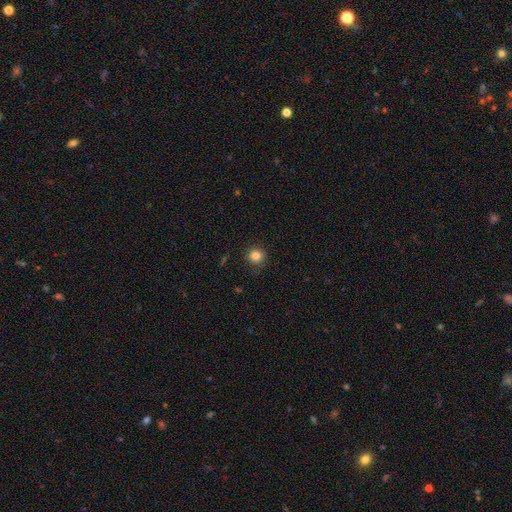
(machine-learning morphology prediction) Overall: smooth (83%). How rounded: round (94%). Merging: none (89%).